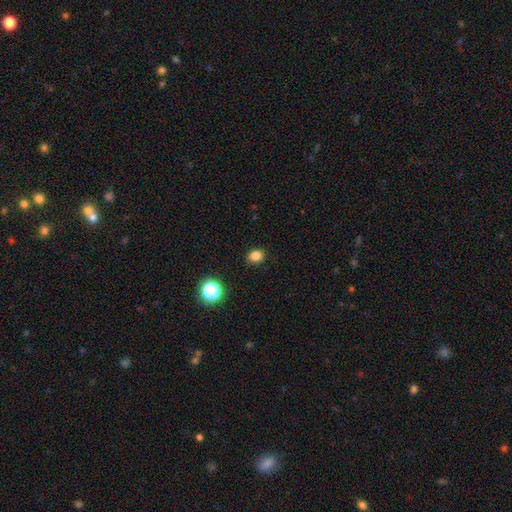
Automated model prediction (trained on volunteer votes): Smooth or featured? Predicted: smooth (p=0.82). How rounded? Predicted: round (p=0.61). Merging? Predicted: none (p=0.88).